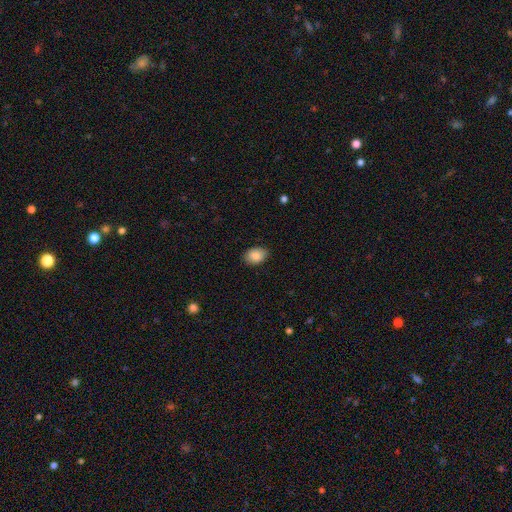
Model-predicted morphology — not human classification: Smooth or featured? smooth (87%)
How rounded? in between (82%)
Merging? none (86%)